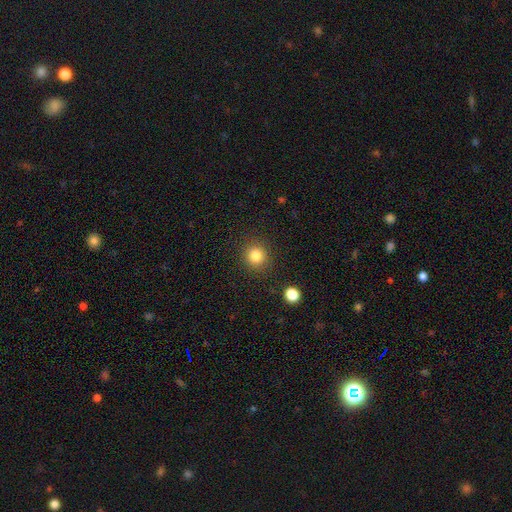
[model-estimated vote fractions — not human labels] Smooth or featured?
  - smooth: 83% *
  - star or artifact: 12%
  - featured or disk: 5%
How rounded?
  - round: 91% *
  - in between: 8%
  - cigar-shaped: 1%
Merging?
  - none: 89% *
  - minor disturbance: 7%
  - major disturbance: 3%
  - merger: 2%